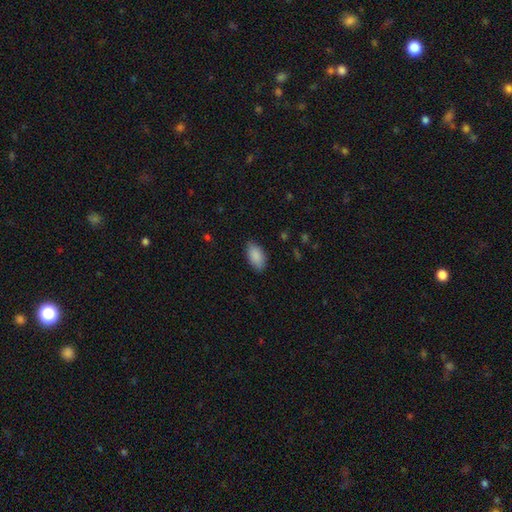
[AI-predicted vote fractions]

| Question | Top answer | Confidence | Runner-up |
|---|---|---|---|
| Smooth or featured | smooth | 89% | star or artifact (6%) |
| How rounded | in between | 94% | round (3%) |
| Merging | none | 83% | minor disturbance (13%) |